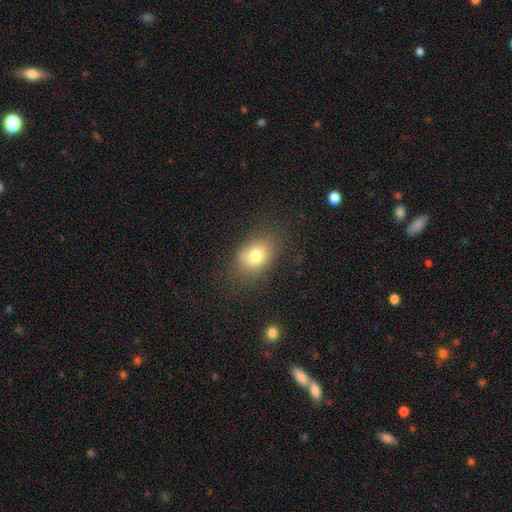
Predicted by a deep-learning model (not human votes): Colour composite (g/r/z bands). It shows a smooth galaxy with no disk features (75%) that is in between round and cigar-shaped (64%). Merging: none (69%).